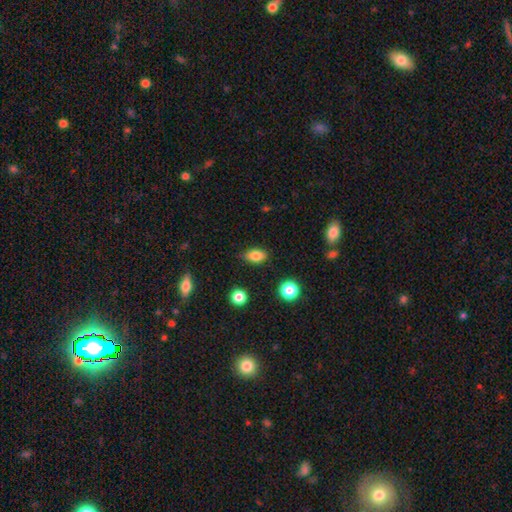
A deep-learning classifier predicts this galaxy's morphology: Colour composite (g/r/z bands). It shows a smooth galaxy with no disk features (82%) that is in between round and cigar-shaped (84%). Merging: none (82%).